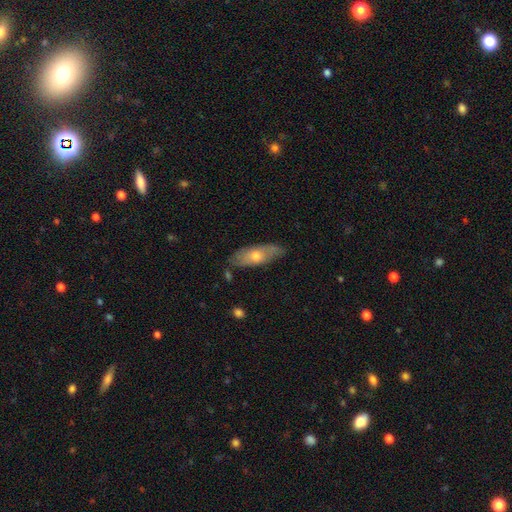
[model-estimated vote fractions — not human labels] Smooth or featured? Predicted: smooth (p=0.52). How rounded? Predicted: in between (p=0.65). Merging? Predicted: none (p=0.75).